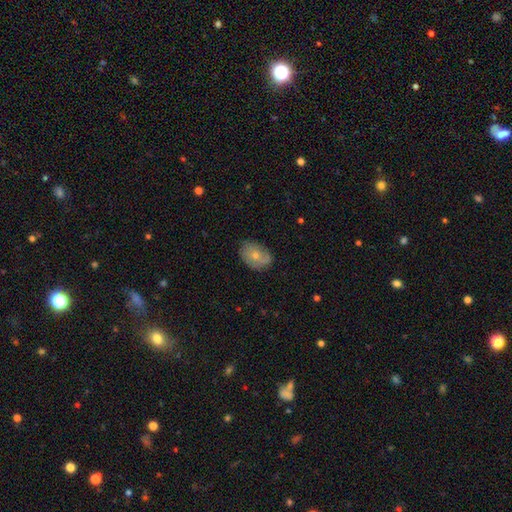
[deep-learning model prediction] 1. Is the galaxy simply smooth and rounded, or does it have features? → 63% smooth, 30% featured or disk, 8% star or artifact.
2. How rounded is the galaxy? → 77% in between, 22% round, 1% cigar-shaped.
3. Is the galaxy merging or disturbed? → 70% none, 23% minor disturbance, 5% major disturbance, 2% merger.